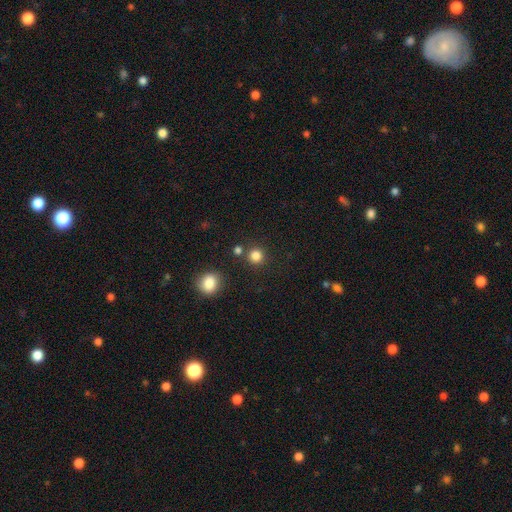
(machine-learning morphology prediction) A smooth galaxy with no disk features (83%) that is round (92%).

Vote fractions:
- Smooth or featured? smooth: 83% / star or artifact: 13% / featured or disk: 4%
- How rounded? round: 92% / in between: 7% / cigar-shaped: 1%
- Merging? none: 83% / merger: 8% / minor disturbance: 7% / major disturbance: 3%